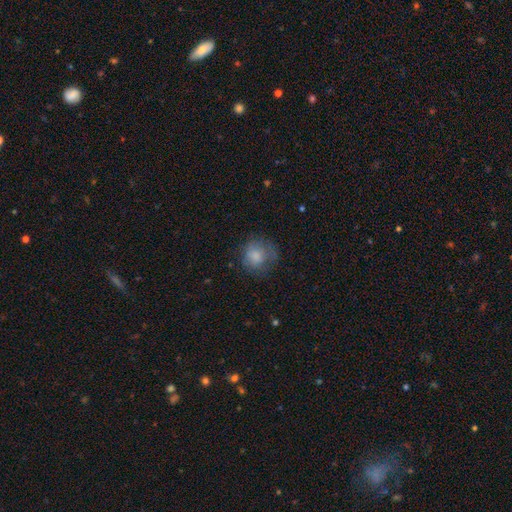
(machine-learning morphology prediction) The model was most divided on "merging": none: 58%, minor disturbance: 24%, major disturbance: 16%, merger: 1%. More confident: how rounded — round (83%); smooth or featured — smooth (78%).